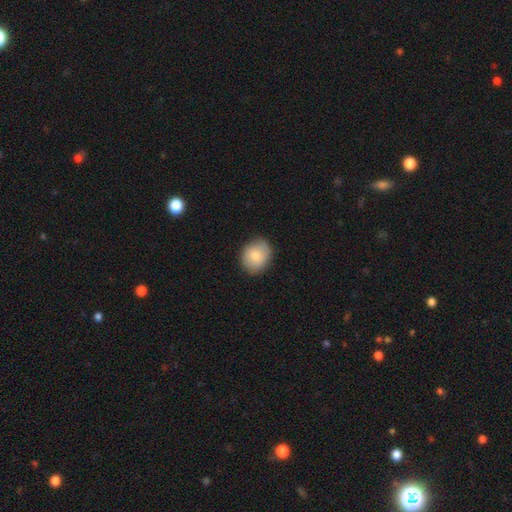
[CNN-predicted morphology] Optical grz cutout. It shows a smooth galaxy with no disk features (81%) that is round (58%). Merging: none (79%).